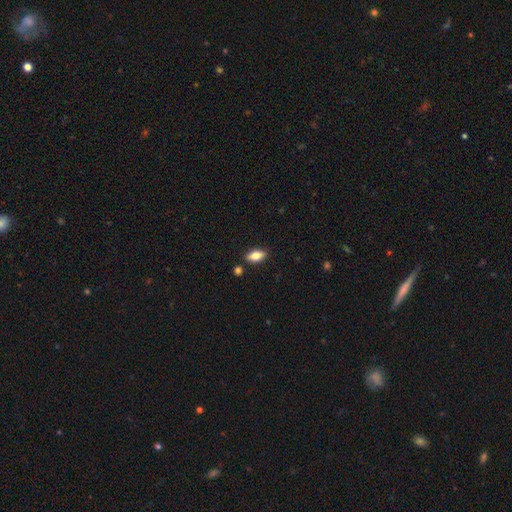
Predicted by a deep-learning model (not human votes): The model was most divided on "smooth or featured": smooth: 76%, featured or disk: 17%, star or artifact: 7%. More confident: how rounded — in between (87%); merging — none (86%).